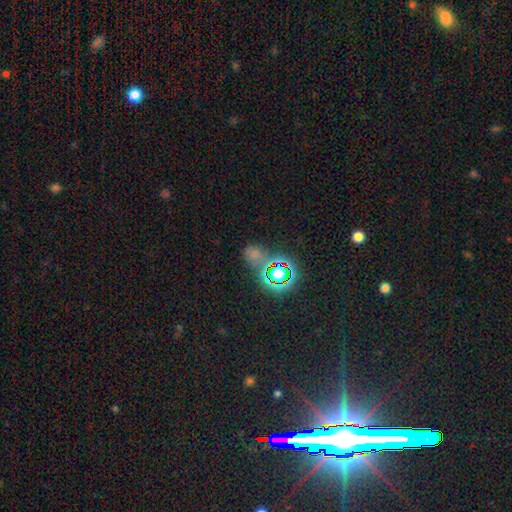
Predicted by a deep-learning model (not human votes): The model was most divided on "smooth or featured": star or artifact: 52%, smooth: 38%, featured or disk: 10%.